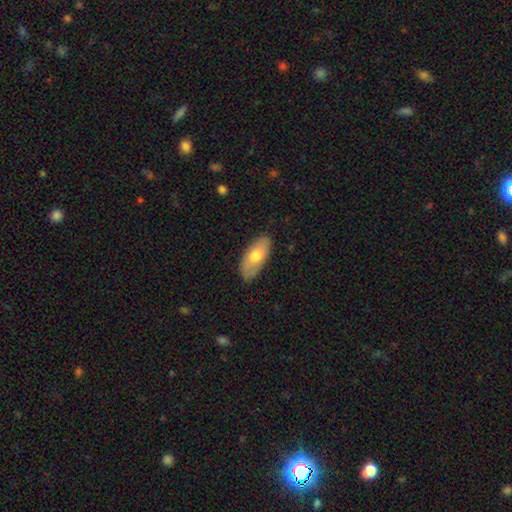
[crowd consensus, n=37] Smooth or featured?
  - smooth: 59% *
  - featured or disk: 35%
  - star or artifact: 5%
How rounded?
  - in between: 77% *
  - cigar-shaped: 23%
  - round: 0%
Merging?
  - none: 69% *
  - minor disturbance: 31%
  - major disturbance: 0%
  - merger: 0%